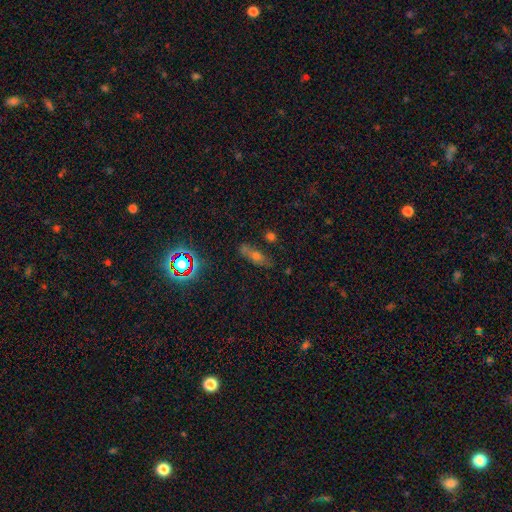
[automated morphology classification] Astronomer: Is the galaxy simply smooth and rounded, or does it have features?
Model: smooth — 42% (runner-up: star or artifact, 33%).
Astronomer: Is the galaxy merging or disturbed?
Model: none — 66%.